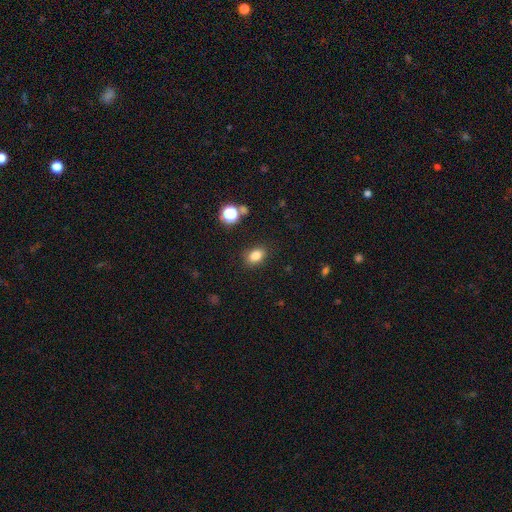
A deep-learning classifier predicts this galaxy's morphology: Smooth or featured: smooth — 82% (star or artifact — 12%)
How rounded: in between — 73% (round — 25%)
Merging: none — 85% (minor disturbance — 10%)